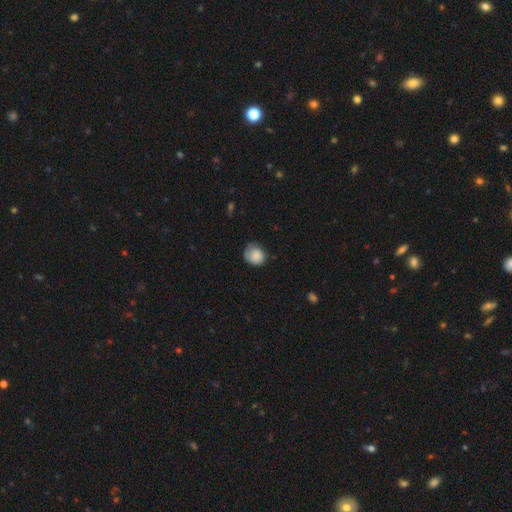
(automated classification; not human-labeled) A smooth galaxy with no disk features (85%) that is round (74%). Merging: none (56%).